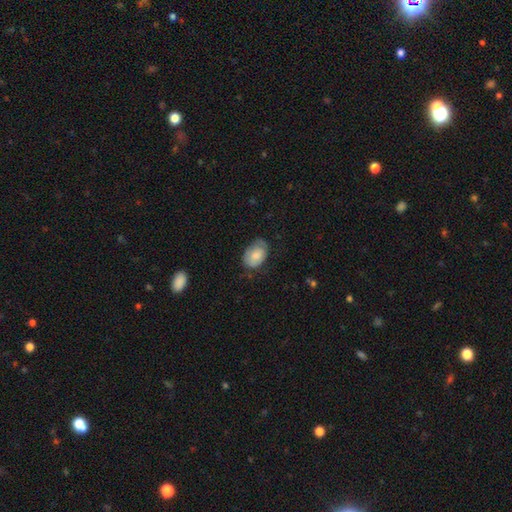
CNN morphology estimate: smooth 75%, featured or disk 19%, star or artifact 7%. Down the decision tree: how rounded — in between (86%); merging — none (60%).